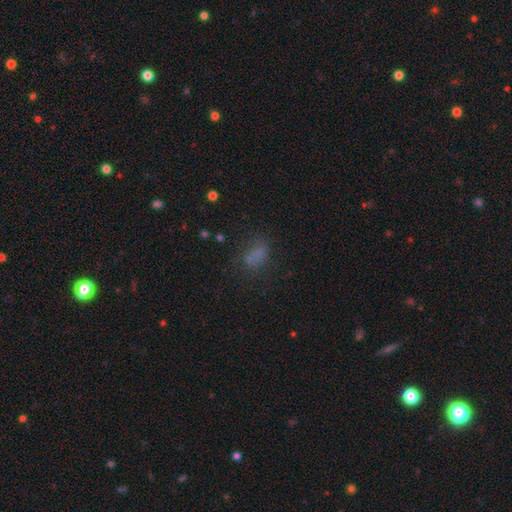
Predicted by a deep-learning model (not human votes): Q: Smooth or featured?
A: smooth (66%); runner-up: star or artifact (21%)
Q: How rounded?
A: in between (79%); runner-up: round (17%)
Q: Merging?
A: none (60%); runner-up: minor disturbance (19%)